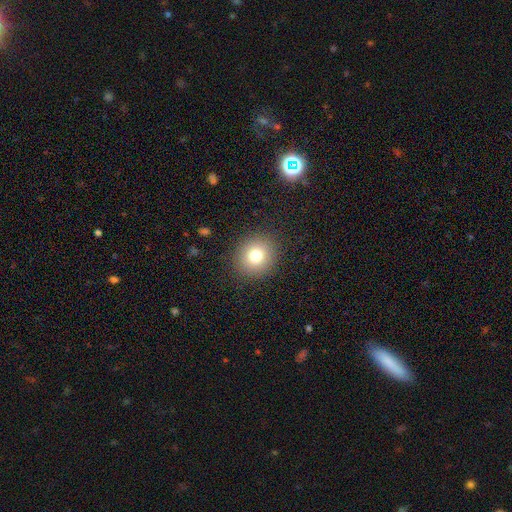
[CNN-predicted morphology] Smooth or featured? smooth (77%)
How rounded? round (87%)
Merging? none (90%)